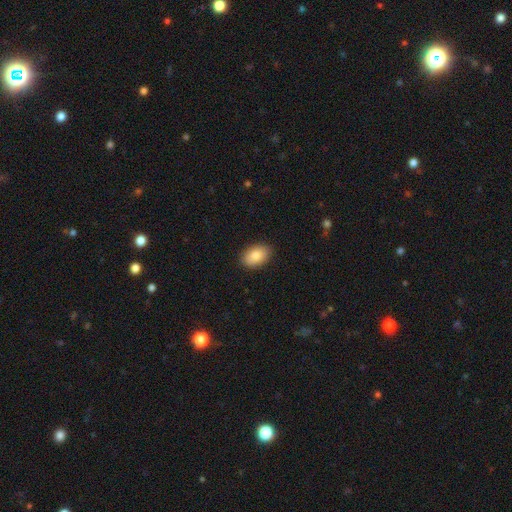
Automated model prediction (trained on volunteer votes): Morphology: type=smooth (85%); roundness=in between (87%); merging=none (88%).